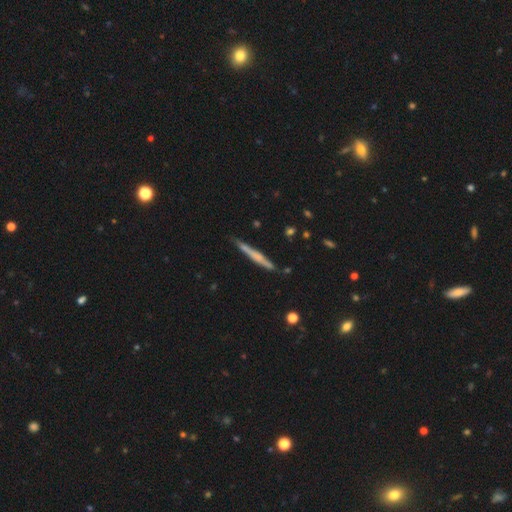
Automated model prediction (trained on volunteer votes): Smooth or featured: featured or disk — 50% (smooth — 44%)
Edge-on disk: yes — 96% (no — 4%)
Merging: none — 82% (minor disturbance — 13%)